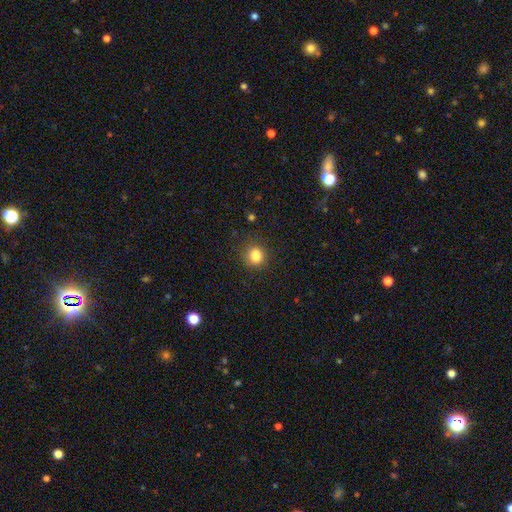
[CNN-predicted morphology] Smooth or featured: smooth — 83% (star or artifact — 12%)
How rounded: round — 75% (in between — 24%)
Merging: none — 80% (minor disturbance — 13%)